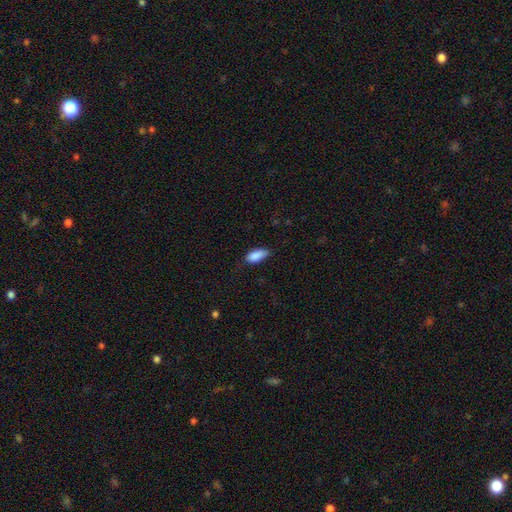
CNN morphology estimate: This appears to be a smooth galaxy with no disk features (88%) that is in between round and cigar-shaped (86%). Merging: none (66%).